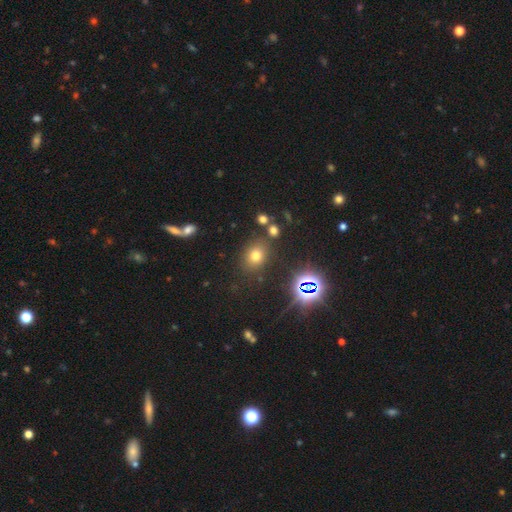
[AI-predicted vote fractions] Smooth or featured: smooth — 67% (star or artifact — 24%)
How rounded: round — 54% (in between — 45%)
Merging: none — 79% (minor disturbance — 11%)